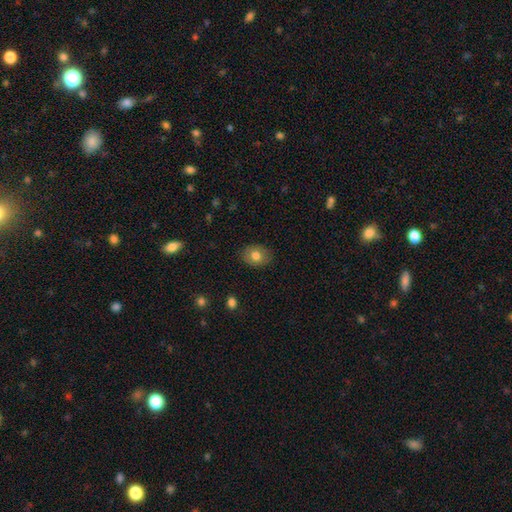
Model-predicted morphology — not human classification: Smooth or featured? smooth (79%)
How rounded? in between (62%)
Merging? none (86%)